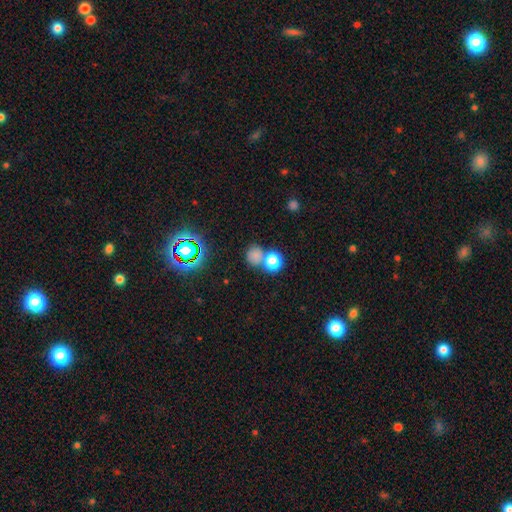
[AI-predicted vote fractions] The model was most divided on "merging": none: 56%, merger: 31%, minor disturbance: 9%, major disturbance: 4%. More confident: how rounded — round (85%); smooth or featured — smooth (73%).